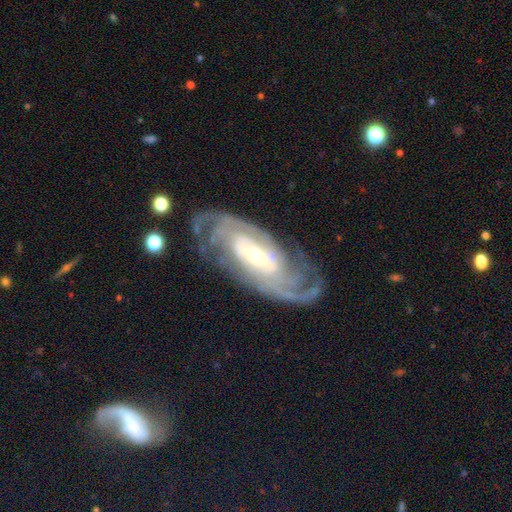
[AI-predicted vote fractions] smooth_or_featured: featured or disk (p=0.90) [alt: star or artifact p=0.05]
disk_edge_on: no (p=0.94) [alt: yes p=0.06]
bar: weak (p=0.39) [alt: strong p=0.32]
has_spiral_arms: yes (p=0.97) [alt: no p=0.03]
spiral_winding: tight (p=0.60) [alt: medium p=0.32]
spiral_arm_count: 2 (p=0.32) [alt: can't tell p=0.24]
bulge_size: small (p=0.51) [alt: moderate p=0.43]
merging: none (p=0.74) [alt: minor disturbance p=0.16]